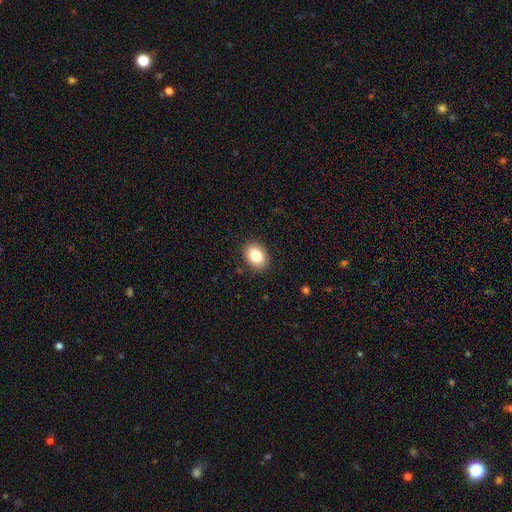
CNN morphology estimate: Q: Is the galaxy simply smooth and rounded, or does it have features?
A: smooth — 83%.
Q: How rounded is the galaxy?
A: in between — 70%.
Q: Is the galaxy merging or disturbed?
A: none — 88%.